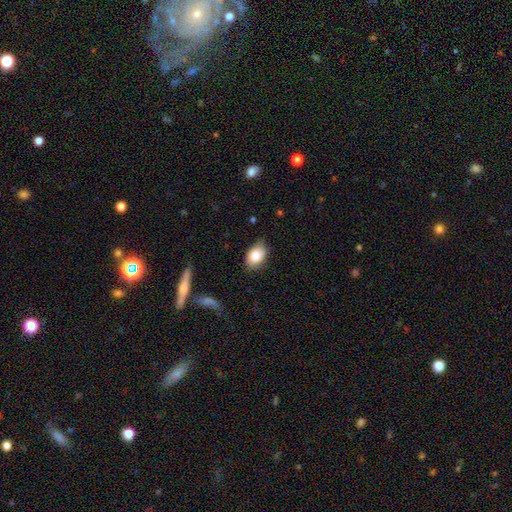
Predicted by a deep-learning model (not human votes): Smooth or featured: smooth — 84% (featured or disk — 9%)
How rounded: in between — 81% (round — 18%)
Merging: none — 72% (minor disturbance — 23%)